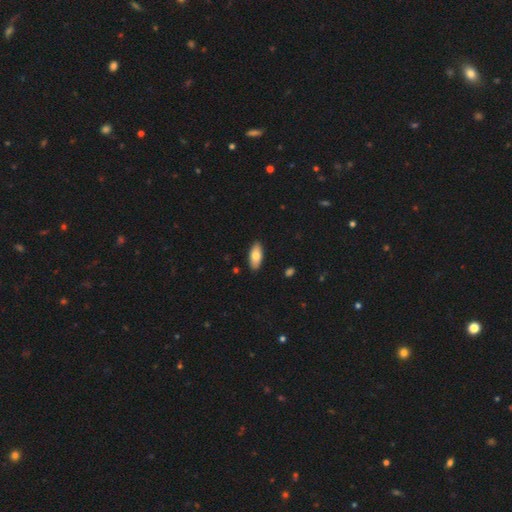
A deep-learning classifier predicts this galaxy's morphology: This appears to be a smooth galaxy with no disk features (76%) that is in between round and cigar-shaped (85%). Merging: none (89%).